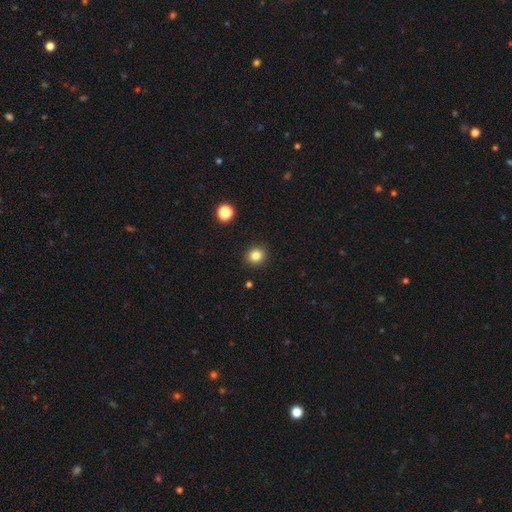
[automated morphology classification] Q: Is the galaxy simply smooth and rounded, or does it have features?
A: smooth — 84%.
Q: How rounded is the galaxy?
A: round — 86%.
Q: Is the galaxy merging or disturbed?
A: none — 91%.